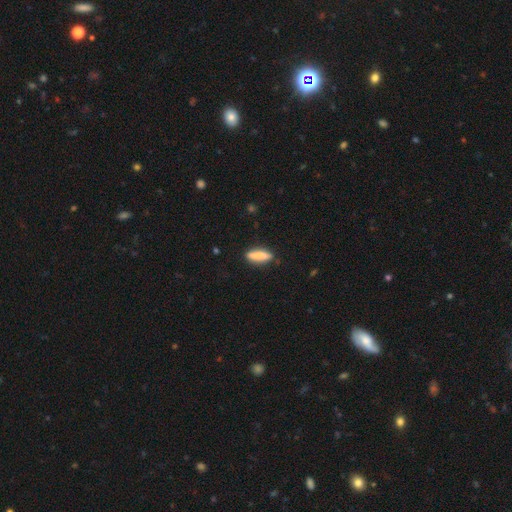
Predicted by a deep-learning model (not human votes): Smooth or featured?
  - smooth: 79% *
  - featured or disk: 14%
  - star or artifact: 6%
How rounded?
  - cigar-shaped: 68% *
  - in between: 30%
  - round: 2%
Merging?
  - none: 85% *
  - minor disturbance: 11%
  - major disturbance: 2%
  - merger: 2%